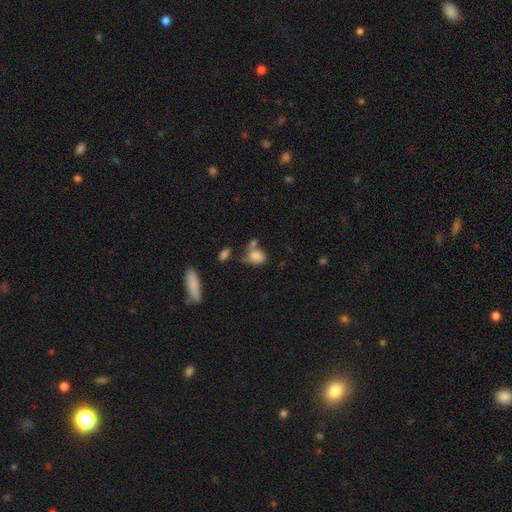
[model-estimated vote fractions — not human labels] Morphology: type=smooth (78%); roundness=in between (72%); merging=none (35%).